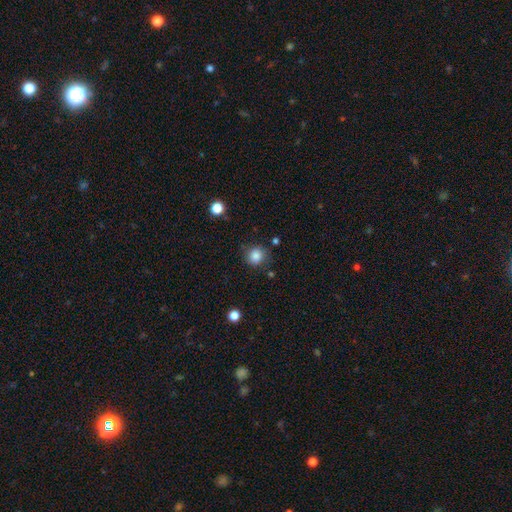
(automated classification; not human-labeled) Q: Smooth or featured?
A: smooth (85%); runner-up: star or artifact (10%)
Q: How rounded?
A: round (87%); runner-up: in between (13%)
Q: Merging?
A: none (78%); runner-up: minor disturbance (15%)